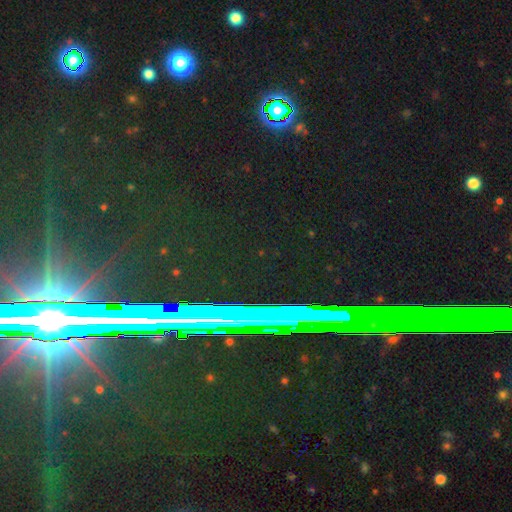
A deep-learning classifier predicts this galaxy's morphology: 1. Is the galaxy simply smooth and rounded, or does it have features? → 80% star or artifact, 11% featured or disk, 9% smooth.